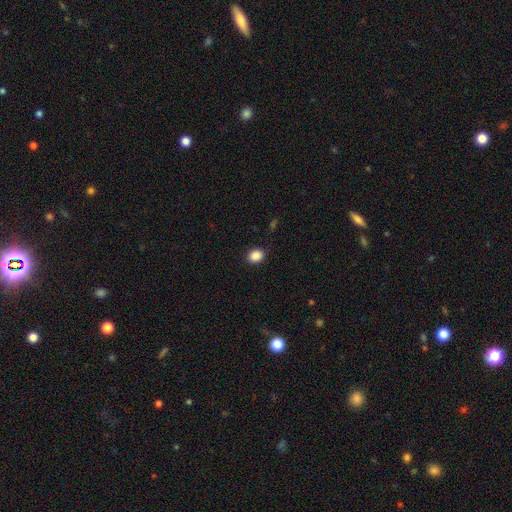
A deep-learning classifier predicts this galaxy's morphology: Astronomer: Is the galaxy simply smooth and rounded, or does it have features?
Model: smooth — 89%.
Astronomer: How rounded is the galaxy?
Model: round — 60% (runner-up: in between, 39%).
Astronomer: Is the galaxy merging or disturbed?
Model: none — 89%.